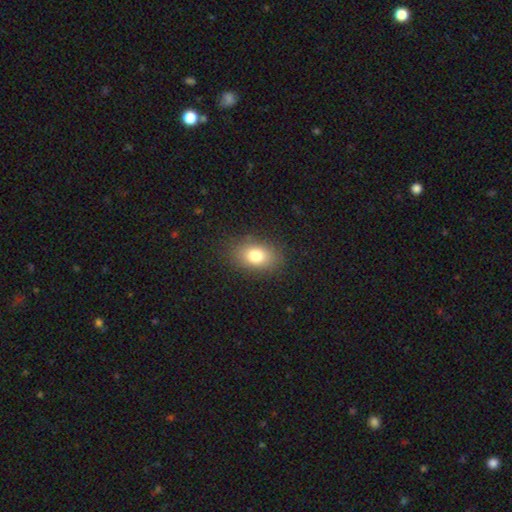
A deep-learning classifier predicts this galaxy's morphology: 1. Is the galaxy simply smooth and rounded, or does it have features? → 80% smooth, 10% star or artifact, 10% featured or disk.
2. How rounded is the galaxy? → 79% in between, 19% round, 1% cigar-shaped.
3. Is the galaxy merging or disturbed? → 85% none, 10% minor disturbance, 4% major disturbance, 1% merger.